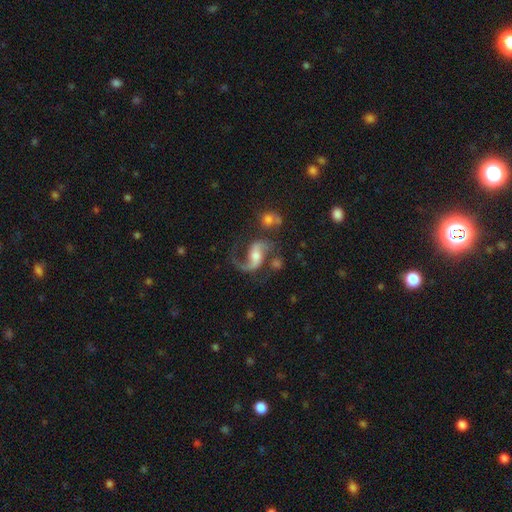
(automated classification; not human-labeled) This is clearly a featured or disk galaxy (87%). It is clearly not viewed edge-on (97%). Bar: marginally weak (40%). Spiral arm pattern: clearly yes (97%). Spiral arm count: clearly 2 (80%). Spiral winding: possibly loose (53%). Central bulge: possibly moderate (58%). Merging: possibly none (55%).